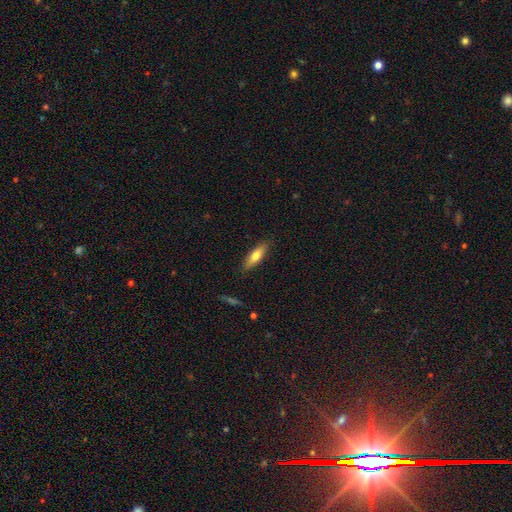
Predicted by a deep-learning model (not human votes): This is likely a smooth galaxy (65%). How rounded: likely cigar-shaped (60%). Merging: clearly none (87%).